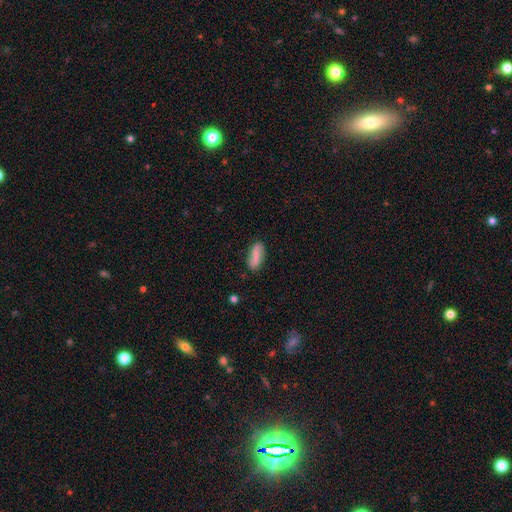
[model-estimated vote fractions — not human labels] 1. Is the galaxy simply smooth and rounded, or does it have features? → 74% smooth, 19% featured or disk, 7% star or artifact.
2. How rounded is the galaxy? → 73% in between, 24% cigar-shaped, 3% round.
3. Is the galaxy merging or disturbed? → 80% none, 15% minor disturbance, 3% major disturbance, 2% merger.